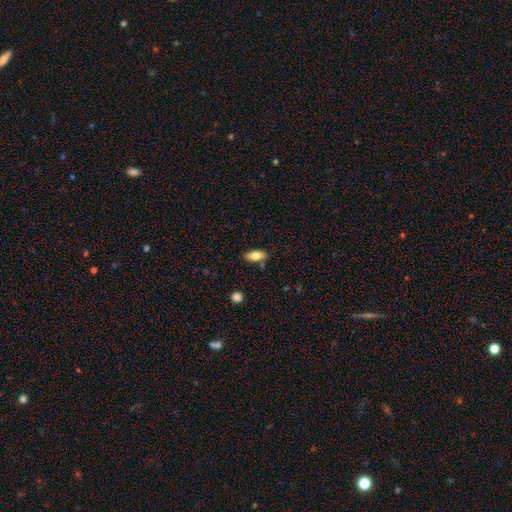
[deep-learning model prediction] Morphology: type=smooth (79%); roundness=in between (87%); merging=none (81%).